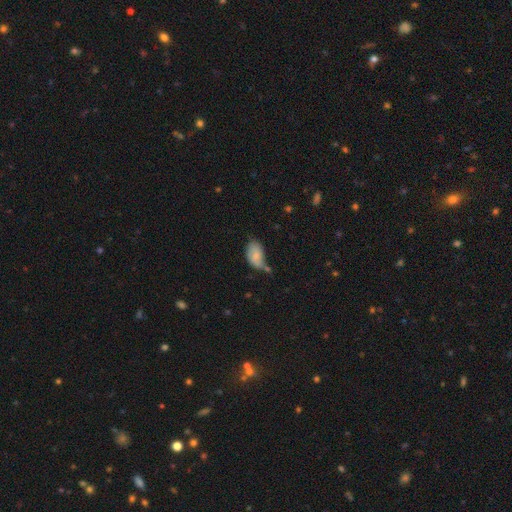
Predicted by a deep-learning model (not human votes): Q: Smooth or featured?
A: smooth (72%); runner-up: featured or disk (20%)
Q: How rounded?
A: in between (92%); runner-up: round (6%)
Q: Merging?
A: none (37%); runner-up: minor disturbance (36%)